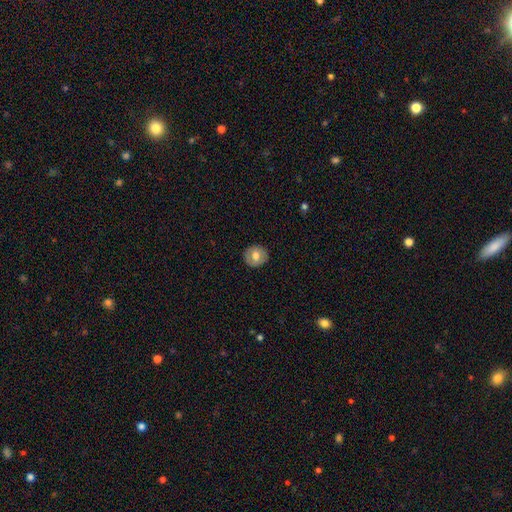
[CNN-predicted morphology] Smooth or featured? smooth (66%)
How rounded? round (87%)
Merging? none (88%)